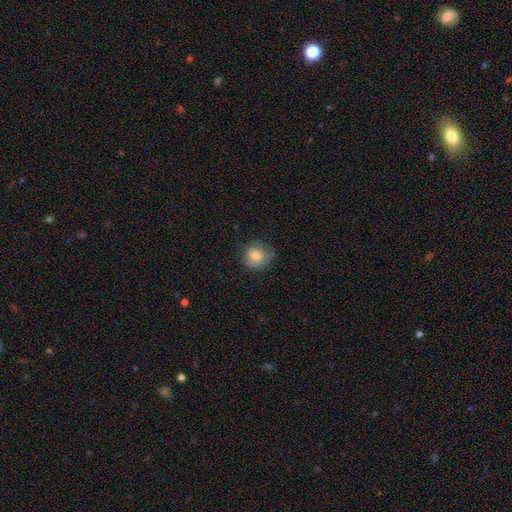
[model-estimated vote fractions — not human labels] A smooth galaxy with no disk features (74%) that is round (84%).

Vote fractions:
- Smooth or featured? smooth: 74% / featured or disk: 17% / star or artifact: 9%
- How rounded? round: 84% / in between: 15% / cigar-shaped: 1%
- Merging? none: 70% / minor disturbance: 22% / major disturbance: 6% / merger: 1%